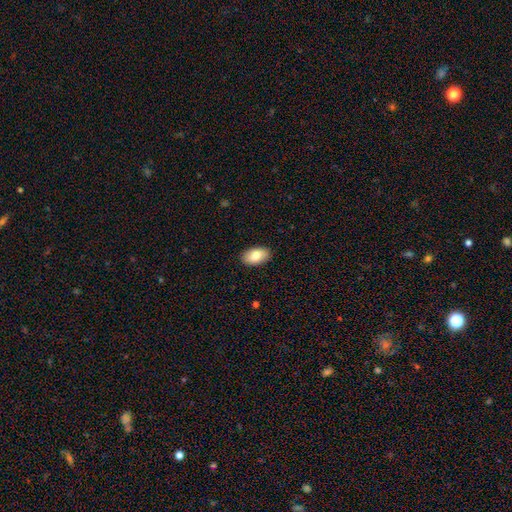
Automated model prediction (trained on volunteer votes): Smooth or featured? smooth (82%)
How rounded? in between (94%)
Merging? none (90%)